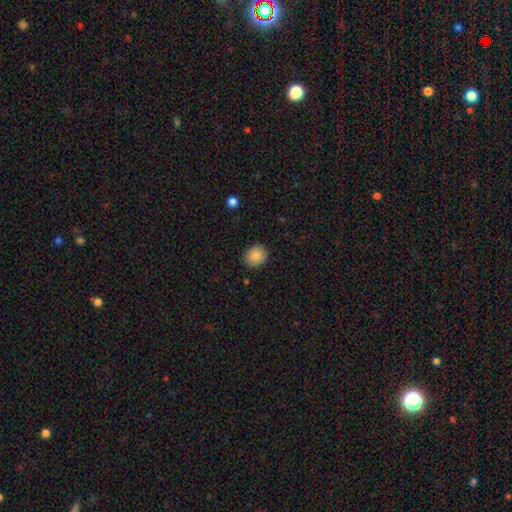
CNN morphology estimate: smooth_or_featured: smooth (p=0.87) [alt: star or artifact p=0.08]
how_rounded: round (p=0.70) [alt: in between p=0.29]
merging: none (p=0.88) [alt: minor disturbance p=0.08]